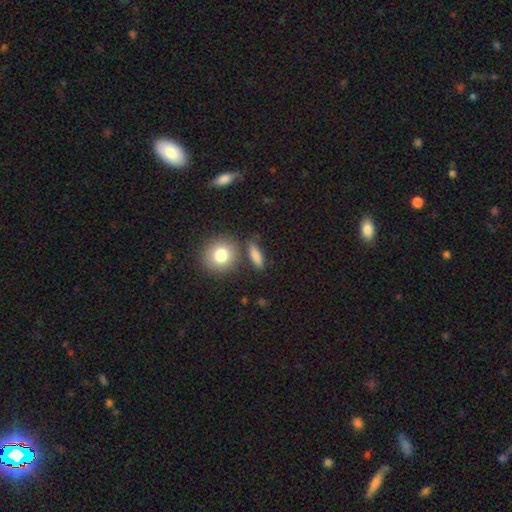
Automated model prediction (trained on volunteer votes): This appears to be a smooth galaxy with no disk features (82%) that is in between round and cigar-shaped (45%). Merging: none (74%).